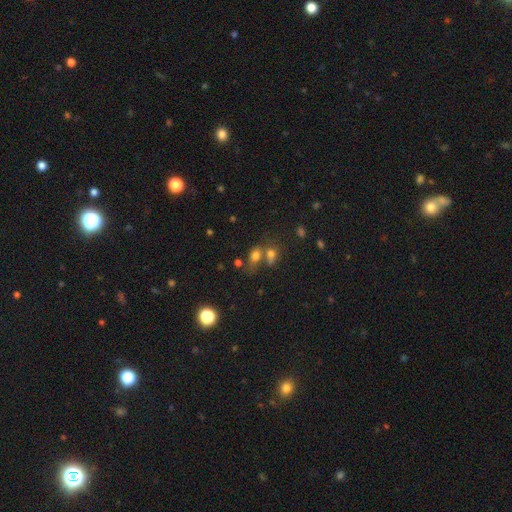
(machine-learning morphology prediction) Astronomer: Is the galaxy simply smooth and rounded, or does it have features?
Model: smooth — 72%.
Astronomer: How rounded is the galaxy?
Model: in between — 72%.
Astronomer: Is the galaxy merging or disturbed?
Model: merger — 47% (runner-up: none, 35%).